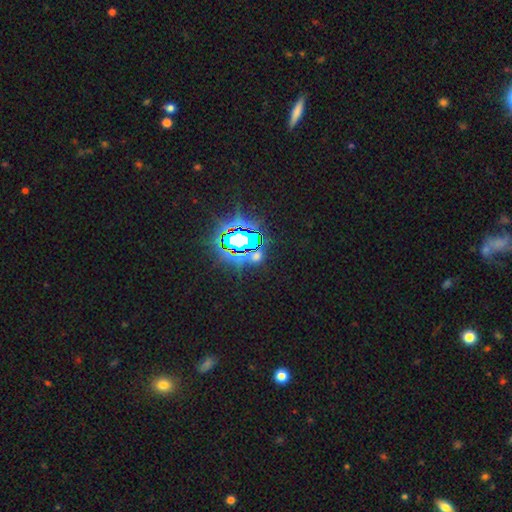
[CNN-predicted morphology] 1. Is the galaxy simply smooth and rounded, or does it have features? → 72% star or artifact, 18% smooth, 10% featured or disk.